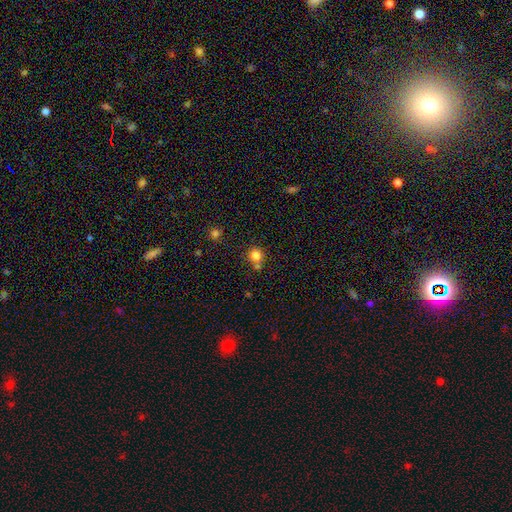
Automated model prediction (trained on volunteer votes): Morphology: type=smooth (81%); roundness=round (91%); merging=none (64%).